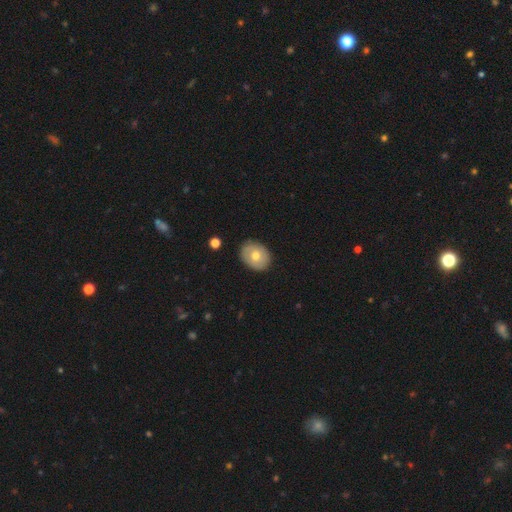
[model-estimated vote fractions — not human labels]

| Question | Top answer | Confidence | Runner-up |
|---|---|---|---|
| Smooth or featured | smooth | 64% | featured or disk (29%) |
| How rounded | in between | 54% | round (45%) |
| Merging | none | 85% | minor disturbance (11%) |